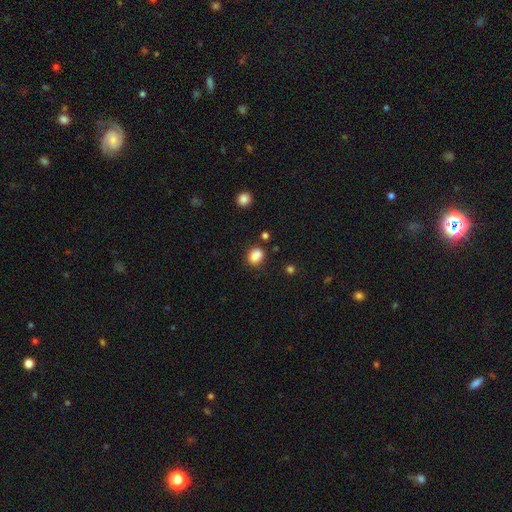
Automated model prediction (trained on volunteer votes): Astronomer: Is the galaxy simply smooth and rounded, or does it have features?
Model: smooth — 85%.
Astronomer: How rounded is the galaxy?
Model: in between — 51% (runner-up: round, 48%).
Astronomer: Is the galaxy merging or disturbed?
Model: none — 69%.